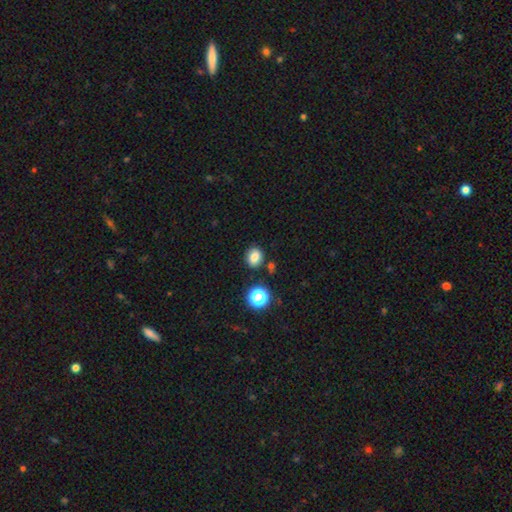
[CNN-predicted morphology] smooth-or-featured: smooth: 79% | star or artifact: 14% | featured or disk: 8%
  how-rounded: round: 61% | in between: 38% | cigar-shaped: 1%
  merging: none: 80% | minor disturbance: 11% | merger: 6% | major disturbance: 3%